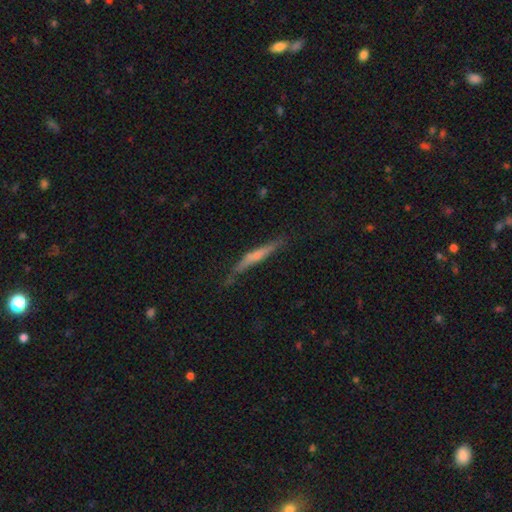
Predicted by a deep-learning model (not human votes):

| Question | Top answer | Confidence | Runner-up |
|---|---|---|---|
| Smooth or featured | featured or disk | 49% | smooth (43%) |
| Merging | none | 70% | minor disturbance (21%) |